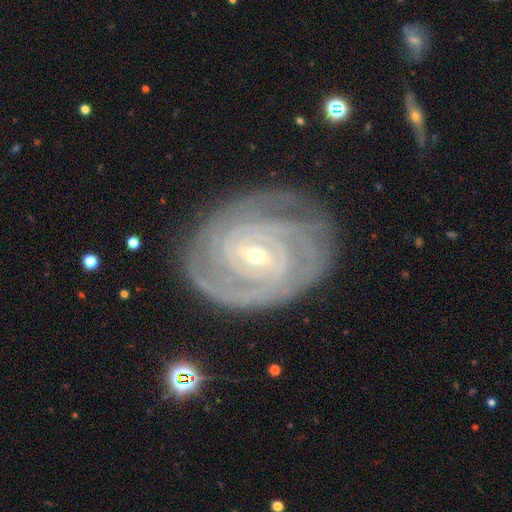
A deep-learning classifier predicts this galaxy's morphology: The model was most divided on "spiral arm count": can't tell: 23%, 3: 22%, 2: 21%, 4: 20%, more than 4: 8%, 1: 6%. Remaining: spiral arms — yes (98%); edge-on disk — no (97%); smooth or featured — featured or disk (90%); spiral winding — tight (80%); merging — none (79%); bulge size — small (70%); bar — weak (48%).